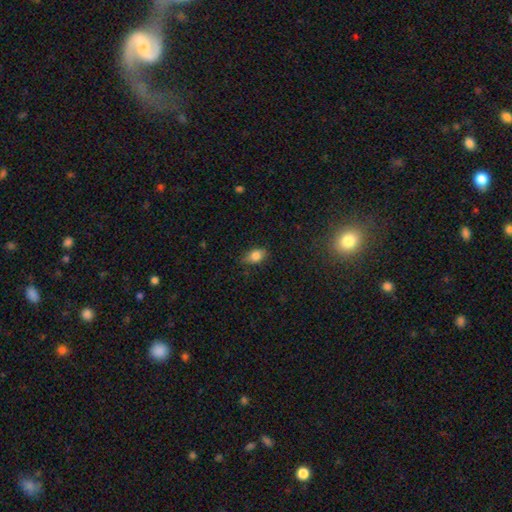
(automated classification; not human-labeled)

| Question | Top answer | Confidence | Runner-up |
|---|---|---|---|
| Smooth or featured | smooth | 82% | featured or disk (9%) |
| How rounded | in between | 85% | round (11%) |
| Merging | none | 78% | minor disturbance (17%) |